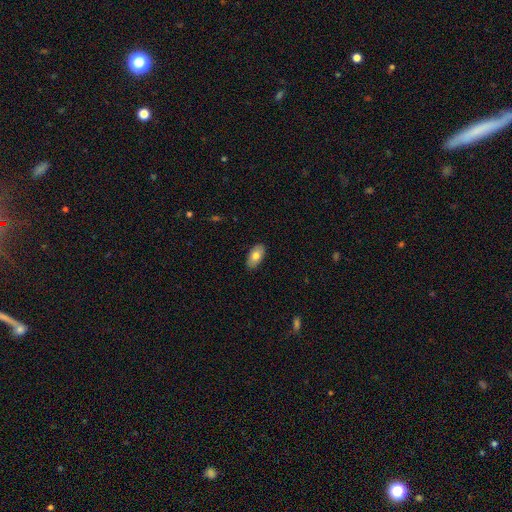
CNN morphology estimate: Overall: smooth (75%). How rounded: in between (94%). Merging: none (88%).